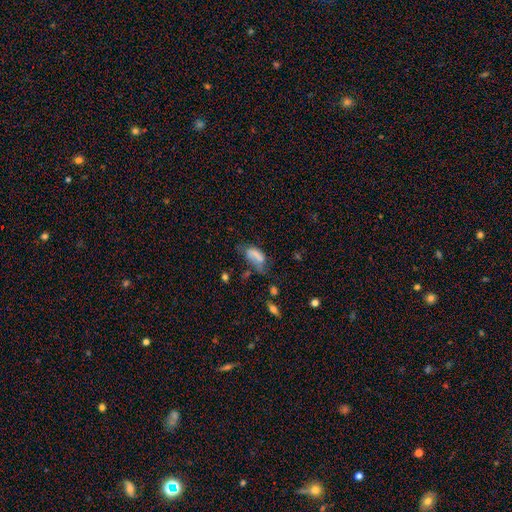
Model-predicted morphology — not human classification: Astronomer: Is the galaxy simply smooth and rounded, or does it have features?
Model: smooth — 65%.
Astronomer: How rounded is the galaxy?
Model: in between — 90%.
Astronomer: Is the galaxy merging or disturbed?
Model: major disturbance — 34% (runner-up: minor disturbance, 29%).